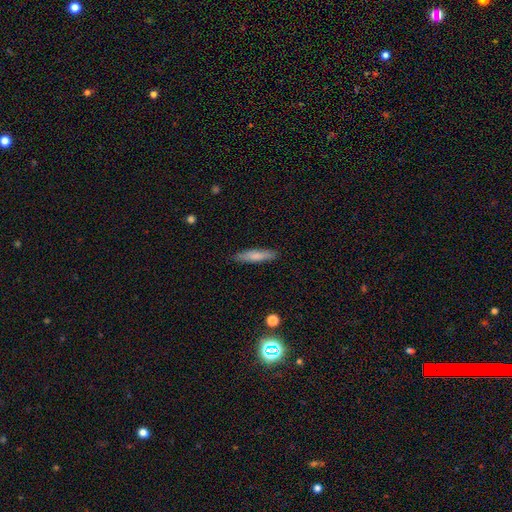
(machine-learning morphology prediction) This appears to be a smooth galaxy with no disk features (76%) that is cigar-shaped (82%). Merging: none (87%).